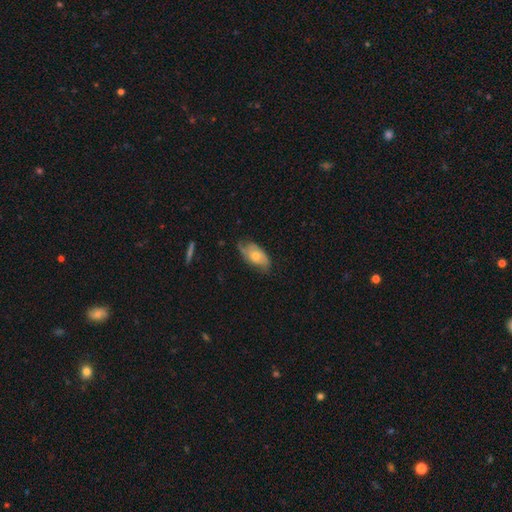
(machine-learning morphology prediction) This appears to be a featured or disk galaxy (58%) with no bar (80%), spiral arms (79%) and a moderate central bulge (59%). Merging: none (61%).